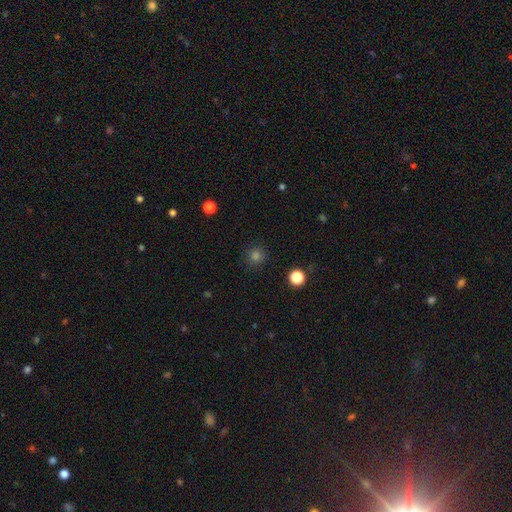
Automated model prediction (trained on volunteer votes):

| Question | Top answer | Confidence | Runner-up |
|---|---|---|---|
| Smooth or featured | smooth | 77% | star or artifact (19%) |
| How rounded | round | 94% | in between (5%) |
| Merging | none | 90% | minor disturbance (6%) |